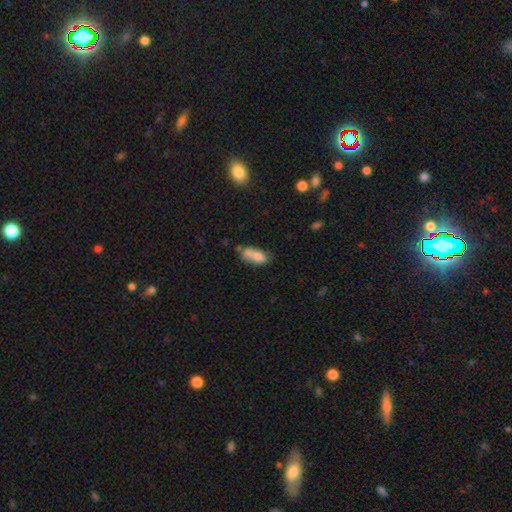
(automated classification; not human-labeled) Q: Smooth or featured?
A: smooth (70%); runner-up: featured or disk (21%)
Q: How rounded?
A: in between (85%); runner-up: cigar-shaped (9%)
Q: Merging?
A: none (35%); runner-up: merger (34%)